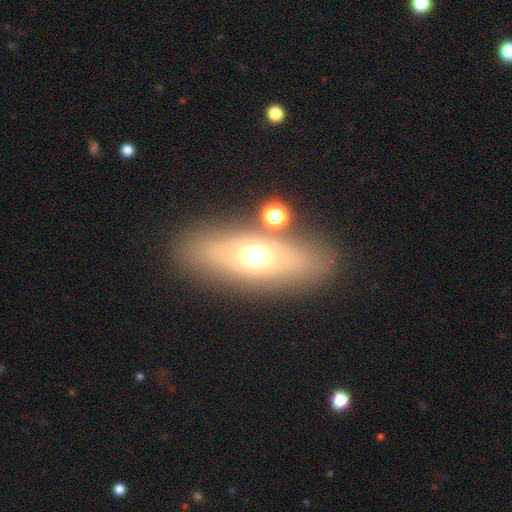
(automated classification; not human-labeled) A smooth galaxy with no disk features (54%) that is in between round and cigar-shaped (71%).

Vote fractions:
- Smooth or featured? smooth: 54% / featured or disk: 32% / star or artifact: 14%
- How rounded? in between: 71% / cigar-shaped: 19% / round: 10%
- Merging? none: 77% / minor disturbance: 9% / merger: 8% / major disturbance: 5%